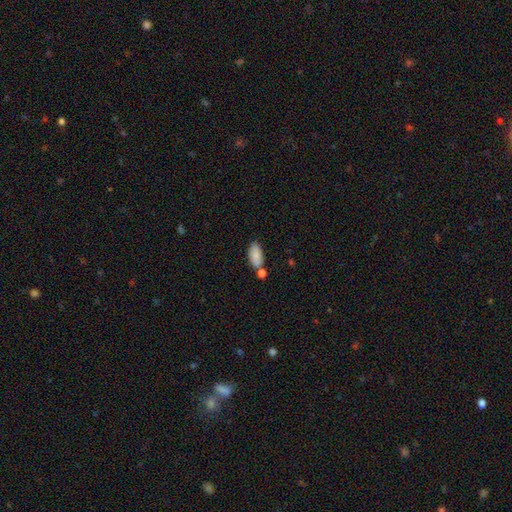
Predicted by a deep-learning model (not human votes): smooth 85%, featured or disk 8%, star or artifact 7%. Down the decision tree: how rounded — in between (92%); merging — none (63%).